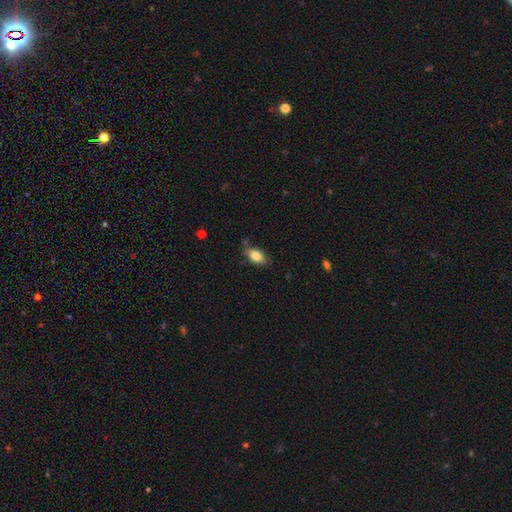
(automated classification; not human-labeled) Smooth or featured? smooth (84%)
How rounded? in between (88%)
Merging? none (70%)